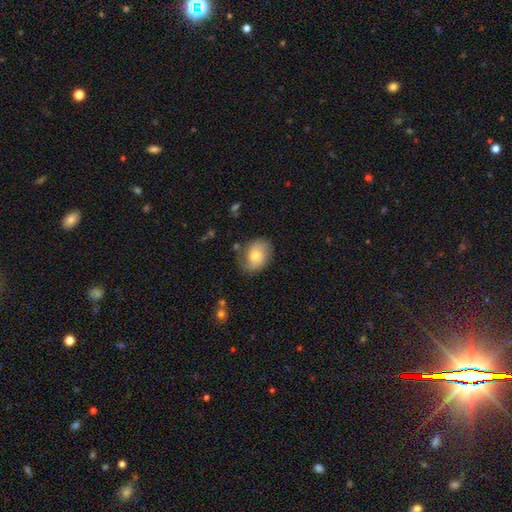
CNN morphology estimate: Q: Smooth or featured?
A: smooth (49%); runner-up: featured or disk (44%)
Q: Merging?
A: none (69%); runner-up: minor disturbance (21%)